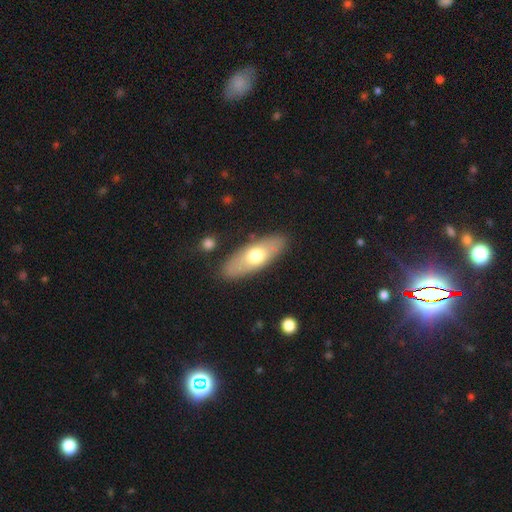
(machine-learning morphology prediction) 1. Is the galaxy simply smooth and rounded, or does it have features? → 61% smooth, 33% featured or disk, 6% star or artifact.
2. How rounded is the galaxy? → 69% in between, 28% cigar-shaped, 3% round.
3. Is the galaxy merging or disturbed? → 86% none, 10% minor disturbance, 3% major disturbance, 2% merger.